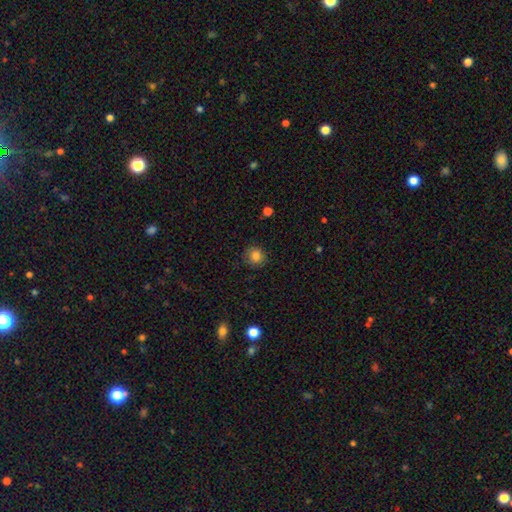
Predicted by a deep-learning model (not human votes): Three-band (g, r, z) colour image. It shows a smooth galaxy with no disk features (84%) that is round (86%). Merging: none (83%).